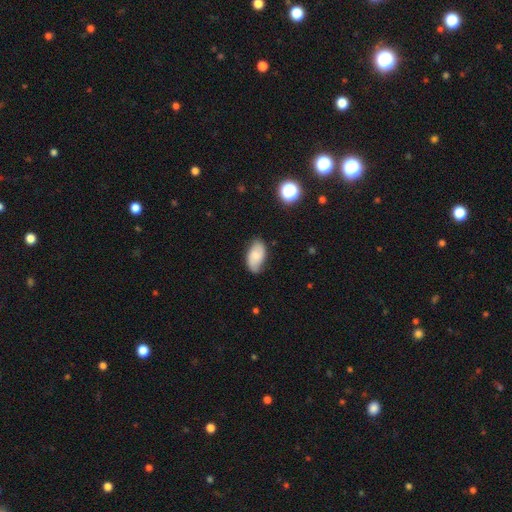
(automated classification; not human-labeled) Smooth or featured: smooth — 65% (featured or disk — 27%)
How rounded: in between — 94% (round — 4%)
Merging: none — 73% (minor disturbance — 22%)